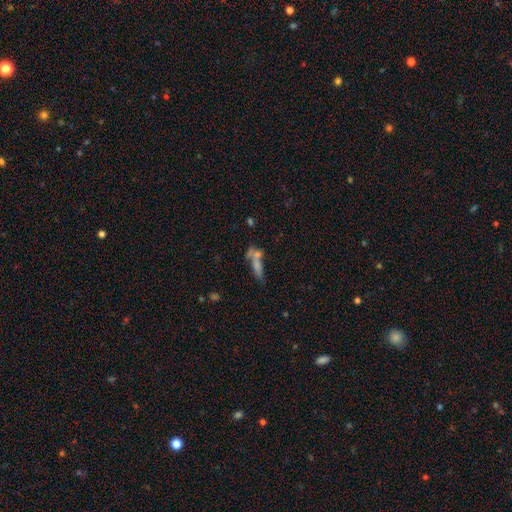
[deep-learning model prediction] Smooth or featured? smooth (51%)
How rounded? cigar-shaped (59%)
Merging? none (41%)